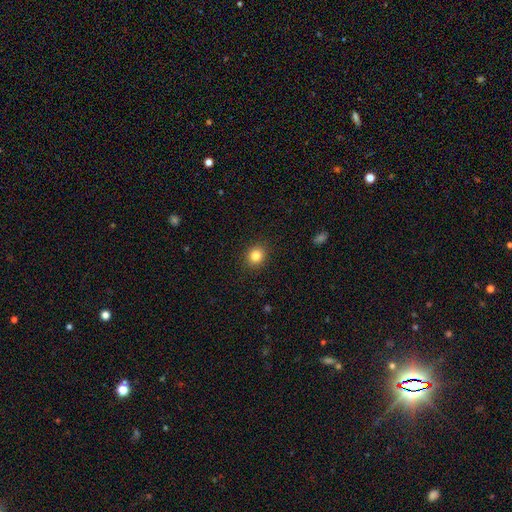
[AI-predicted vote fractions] Smooth or featured?
  - smooth: 84% *
  - star or artifact: 11%
  - featured or disk: 5%
How rounded?
  - round: 79% *
  - in between: 20%
  - cigar-shaped: 1%
Merging?
  - none: 91% *
  - minor disturbance: 6%
  - major disturbance: 2%
  - merger: 1%